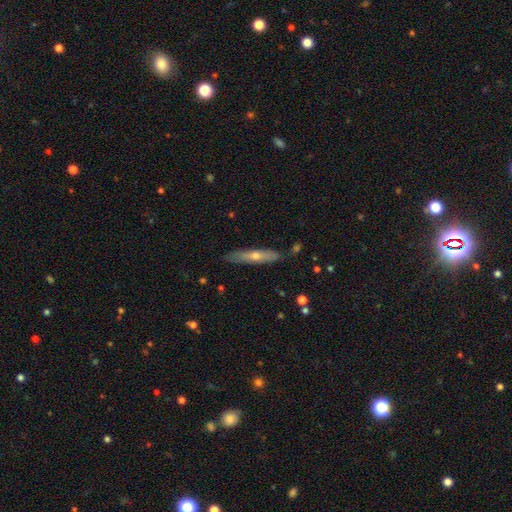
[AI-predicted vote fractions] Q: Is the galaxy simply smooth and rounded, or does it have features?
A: featured or disk — 50%.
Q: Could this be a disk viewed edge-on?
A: yes — 82%.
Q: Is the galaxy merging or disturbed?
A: none — 84%.